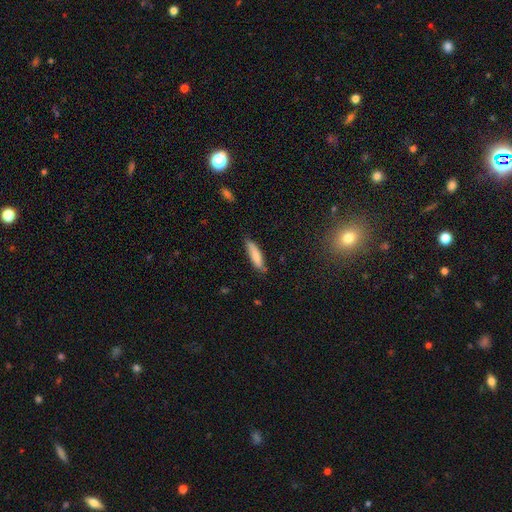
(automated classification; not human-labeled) Smooth or featured? Predicted: smooth (p=0.80). How rounded? Predicted: cigar-shaped (p=0.71). Merging? Predicted: none (p=0.78).